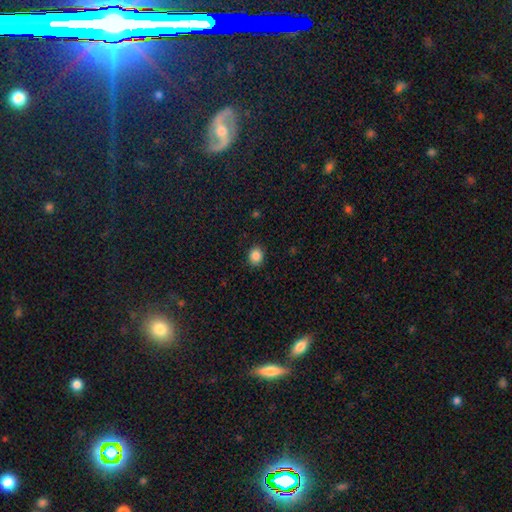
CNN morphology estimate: Q: Smooth or featured?
A: smooth (87%); runner-up: star or artifact (10%)
Q: How rounded?
A: round (72%); runner-up: in between (27%)
Q: Merging?
A: none (90%); runner-up: minor disturbance (7%)